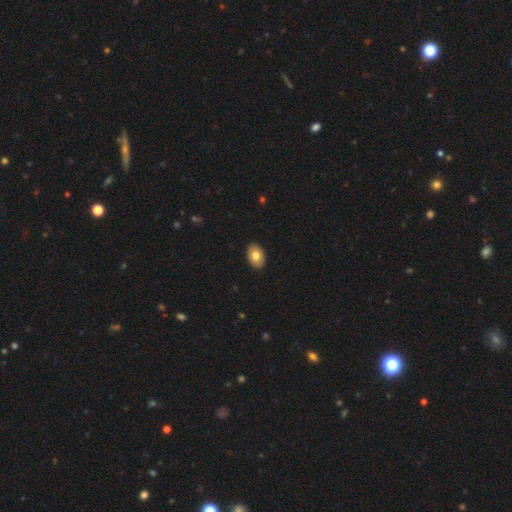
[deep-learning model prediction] Smooth or featured? smooth (80%)
How rounded? in between (86%)
Merging? none (91%)